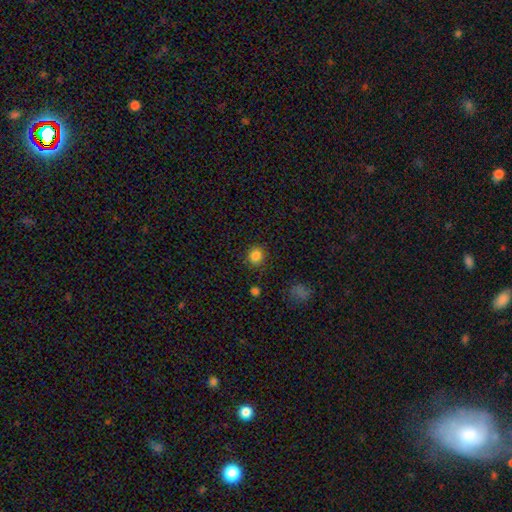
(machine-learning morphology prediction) The model was most divided on "smooth or featured": smooth: 85%, star or artifact: 11%, featured or disk: 4%. More confident: how rounded — round (88%); merging — none (88%).